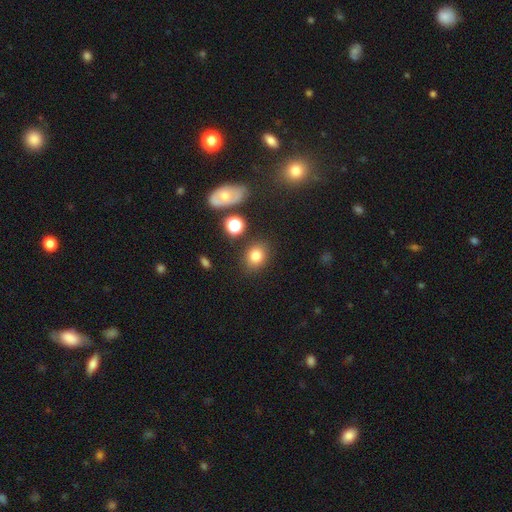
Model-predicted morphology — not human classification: Q: Smooth or featured?
A: smooth (79%); runner-up: star or artifact (13%)
Q: How rounded?
A: round (58%); runner-up: in between (41%)
Q: Merging?
A: none (81%); runner-up: minor disturbance (11%)